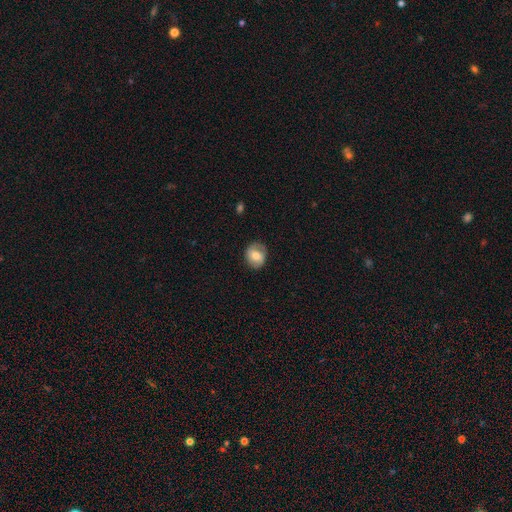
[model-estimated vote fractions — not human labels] A smooth galaxy with no disk features (60%) that is round (66%).

Vote fractions:
- Smooth or featured? smooth: 60% / featured or disk: 32% / star or artifact: 8%
- How rounded? round: 66% / in between: 33% / cigar-shaped: 1%
- Merging? none: 78% / minor disturbance: 16% / major disturbance: 5% / merger: 1%